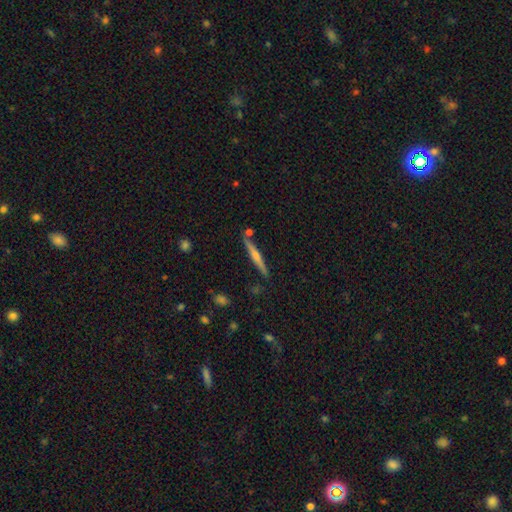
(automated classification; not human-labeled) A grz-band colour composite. It shows a featured or disk galaxy (58%) viewed edge-on (98%) with a rounded central bulge (69%). Merging: none (85%).